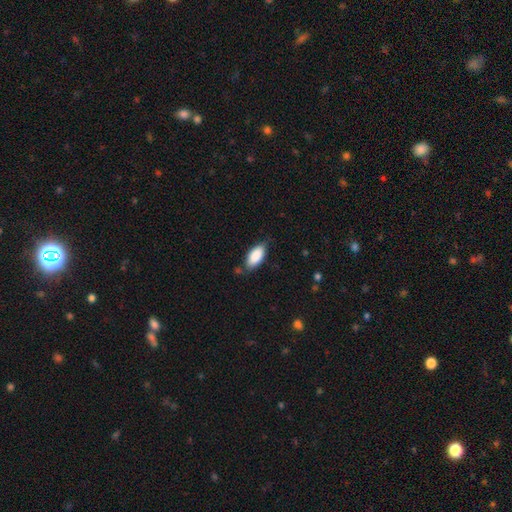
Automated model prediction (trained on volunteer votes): This is clearly a smooth galaxy (87%). How rounded: clearly in between (90%). Merging: likely none (74%).